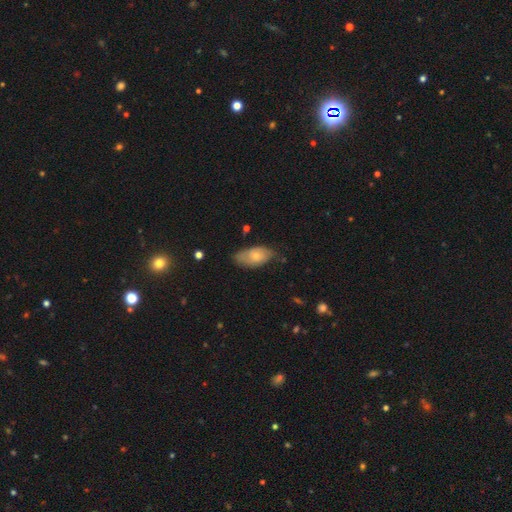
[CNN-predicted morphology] A smooth galaxy with no disk features (61%) that is in between round and cigar-shaped (91%).

Vote fractions:
- Smooth or featured? smooth: 61% / featured or disk: 32% / star or artifact: 7%
- How rounded? in between: 91% / round: 5% / cigar-shaped: 4%
- Merging? none: 58% / minor disturbance: 32% / major disturbance: 8% / merger: 2%